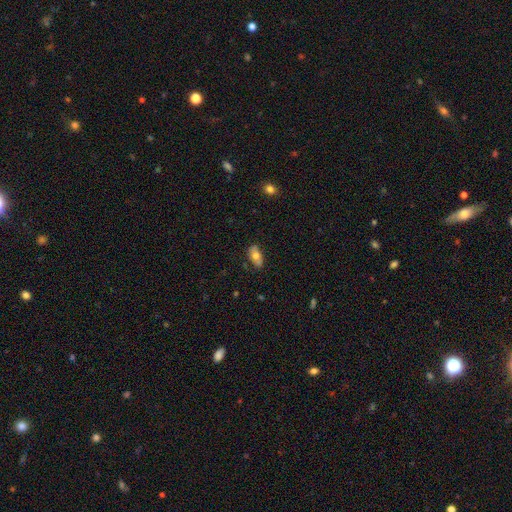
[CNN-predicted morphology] This appears to be a smooth galaxy with no disk features (65%) that is in between round and cigar-shaped (88%). Merging: none (79%).